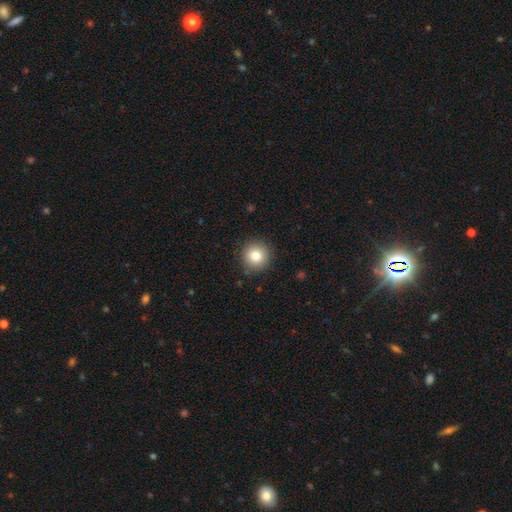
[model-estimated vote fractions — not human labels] smooth 80%, star or artifact 11%, featured or disk 9%. Down the decision tree: how rounded — round (95%); merging — none (89%).